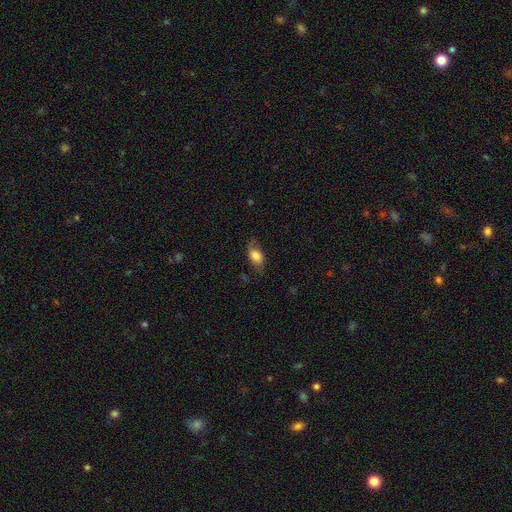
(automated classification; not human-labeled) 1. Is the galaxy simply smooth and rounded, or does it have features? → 72% smooth, 20% featured or disk, 8% star or artifact.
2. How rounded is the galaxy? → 87% in between, 8% round, 6% cigar-shaped.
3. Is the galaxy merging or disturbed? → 69% none, 21% minor disturbance, 8% major disturbance, 1% merger.